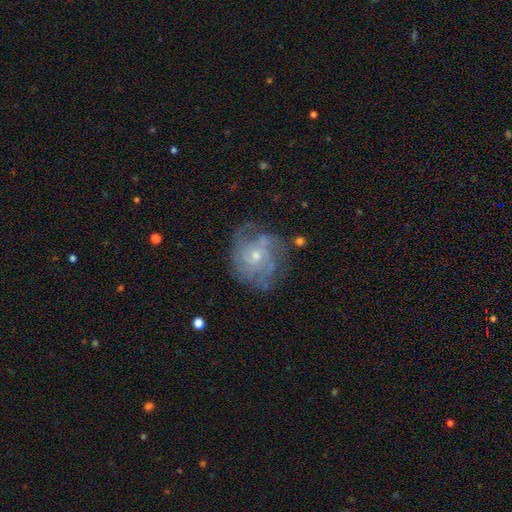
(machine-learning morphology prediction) Q: Smooth or featured?
A: featured or disk (79%); runner-up: smooth (12%)
Q: Edge-on disk?
A: no (97%); runner-up: yes (3%)
Q: Bar?
A: no (77%); runner-up: weak (20%)
Q: Spiral arms?
A: yes (90%); runner-up: no (10%)
Q: Spiral winding?
A: tight (54%); runner-up: medium (36%)
Q: Spiral arm count?
A: can't tell (36%); runner-up: 3 (20%)
Q: Bulge size?
A: small (63%); runner-up: moderate (33%)
Q: Merging?
A: none (68%); runner-up: minor disturbance (19%)